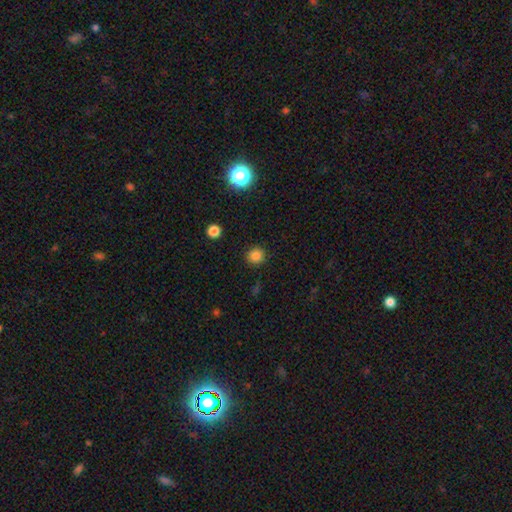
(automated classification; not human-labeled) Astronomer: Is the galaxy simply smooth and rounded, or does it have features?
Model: smooth — 82%.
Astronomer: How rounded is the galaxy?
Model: round — 93%.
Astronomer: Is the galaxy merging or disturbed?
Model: none — 90%.